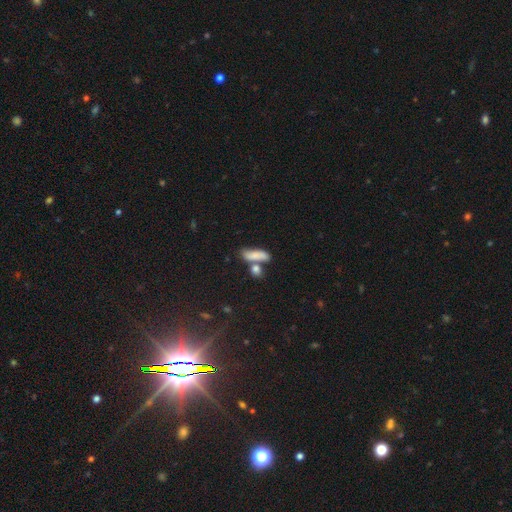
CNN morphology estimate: A smooth galaxy with no disk features (79%) that is in between round and cigar-shaped (61%). Merging: none (47%).